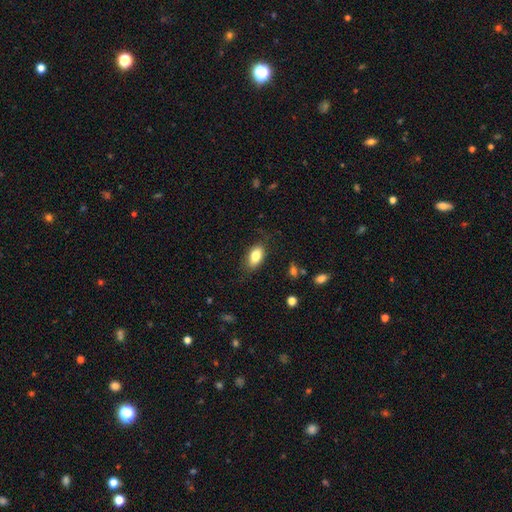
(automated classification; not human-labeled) Smooth or featured? Predicted: smooth (p=0.81). How rounded? Predicted: in between (p=0.90). Merging? Predicted: none (p=0.79).